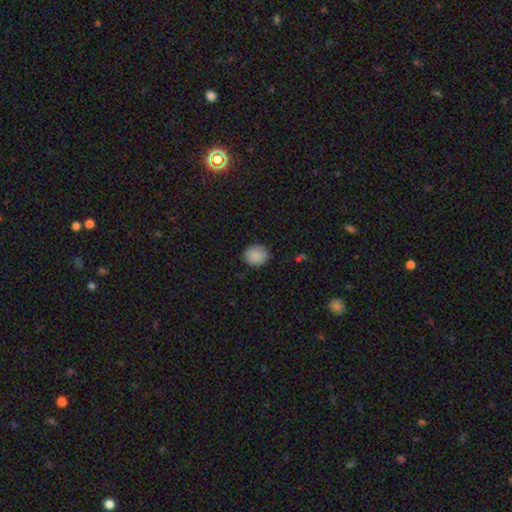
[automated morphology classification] The model was most divided on "how rounded": round: 73%, in between: 26%, cigar-shaped: 1%. More confident: smooth or featured — smooth (88%); merging — none (85%).